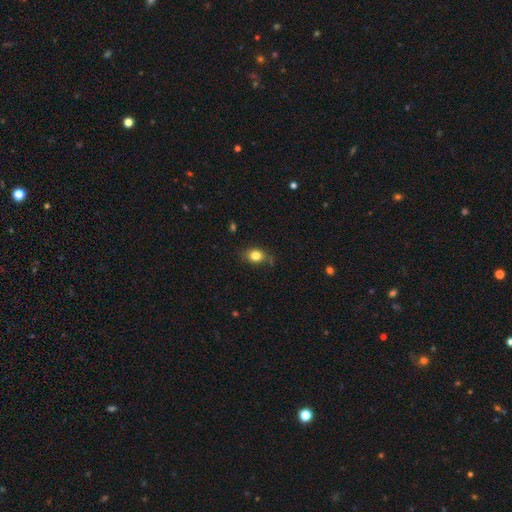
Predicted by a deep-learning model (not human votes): smooth 81%, star or artifact 10%, featured or disk 9%. Down the decision tree: how rounded — in between (60%); merging — none (75%).